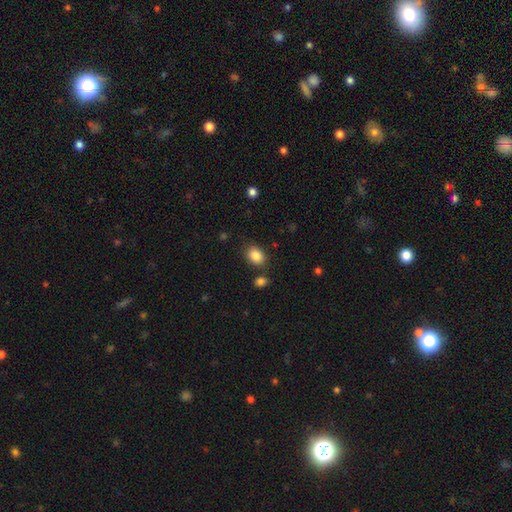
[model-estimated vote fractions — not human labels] smooth 86%, star or artifact 9%, featured or disk 6%. Down the decision tree: how rounded — in between (67%); merging — none (80%).